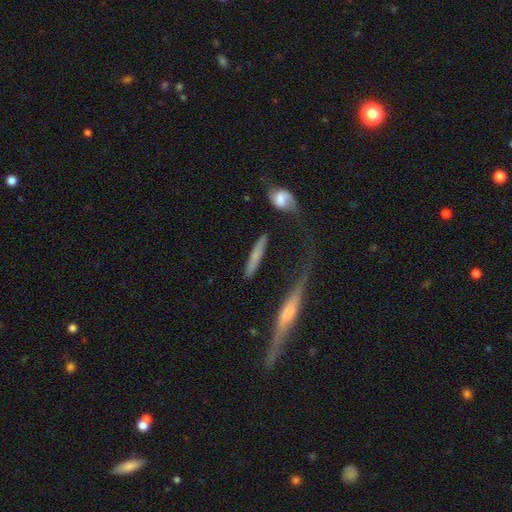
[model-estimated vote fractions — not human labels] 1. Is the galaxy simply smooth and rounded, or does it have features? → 55% smooth, 36% featured or disk, 9% star or artifact.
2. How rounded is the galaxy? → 80% cigar-shaped, 15% in between, 5% round.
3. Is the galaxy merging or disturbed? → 64% none, 18% minor disturbance, 10% major disturbance, 9% merger.